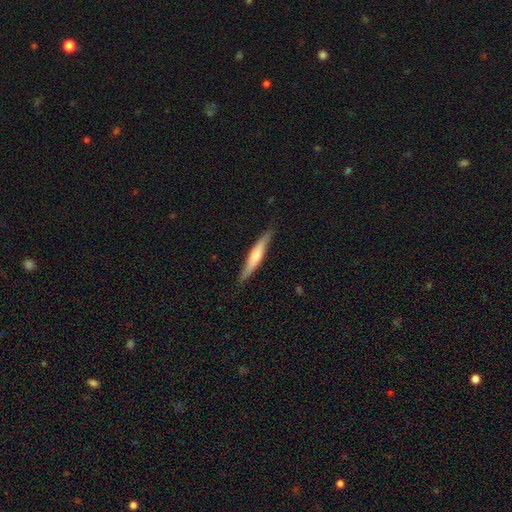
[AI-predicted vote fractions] A smooth galaxy with no disk features (53%) that is cigar-shaped (91%). Merging: none (85%).